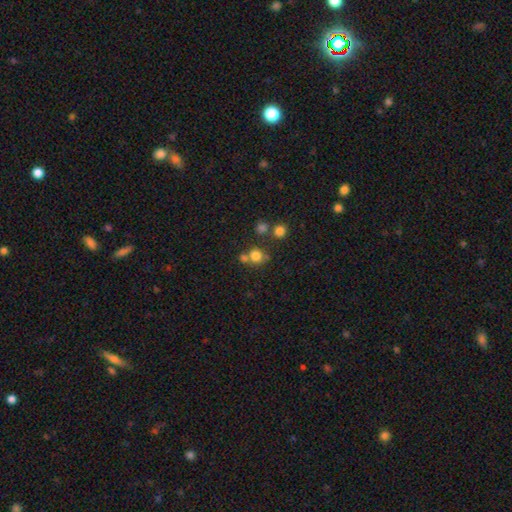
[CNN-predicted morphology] Smooth or featured?
  - smooth: 76% *
  - star or artifact: 15%
  - featured or disk: 10%
How rounded?
  - round: 83% *
  - in between: 16%
  - cigar-shaped: 1%
Merging?
  - none: 55% *
  - merger: 30%
  - minor disturbance: 10%
  - major disturbance: 5%